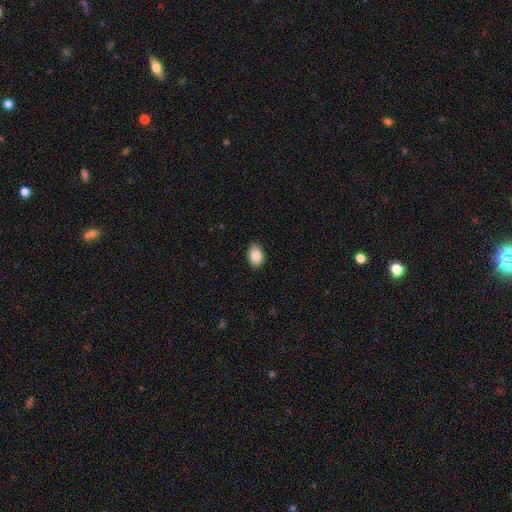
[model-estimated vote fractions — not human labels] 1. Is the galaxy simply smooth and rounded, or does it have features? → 89% smooth, 8% star or artifact, 3% featured or disk.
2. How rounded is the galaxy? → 77% in between, 22% round, 1% cigar-shaped.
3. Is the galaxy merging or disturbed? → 85% none, 12% minor disturbance, 2% major disturbance, 1% merger.